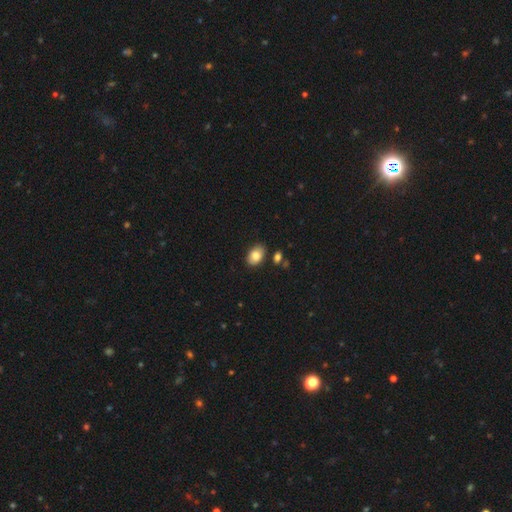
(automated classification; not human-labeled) Smooth or featured? Predicted: smooth (p=0.83). How rounded? Predicted: in between (p=0.87). Merging? Predicted: none (p=0.81).